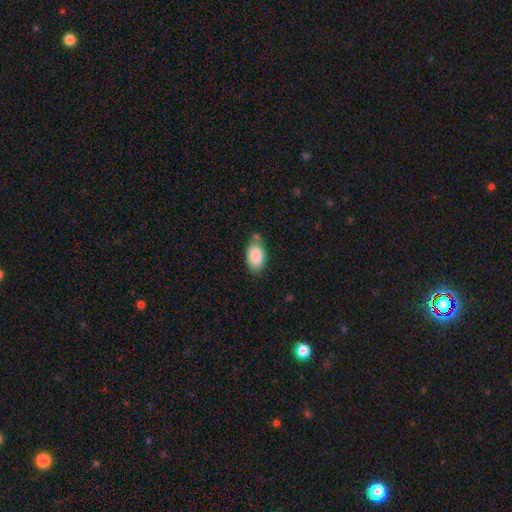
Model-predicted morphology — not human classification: Overall: smooth (86%). How rounded: in between (93%). Merging: none (64%).